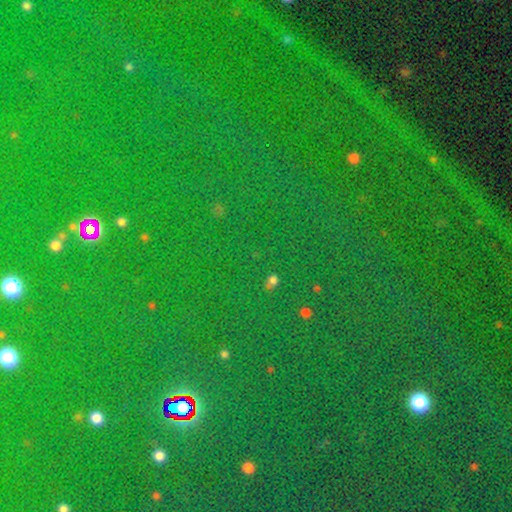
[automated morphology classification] Smooth or featured? Predicted: star or artifact (p=0.80).